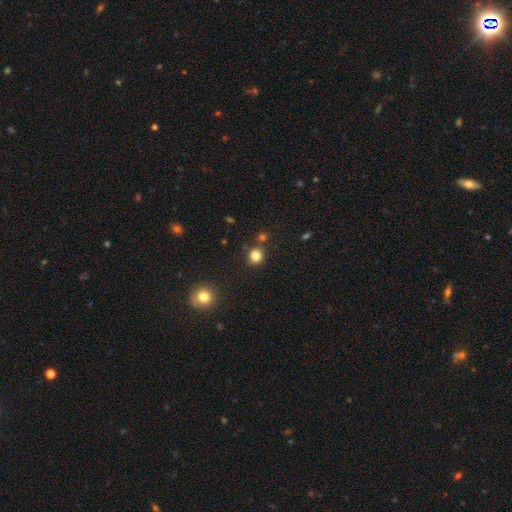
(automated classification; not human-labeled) Morphology: type=smooth (83%); roundness=round (82%); merging=none (81%).